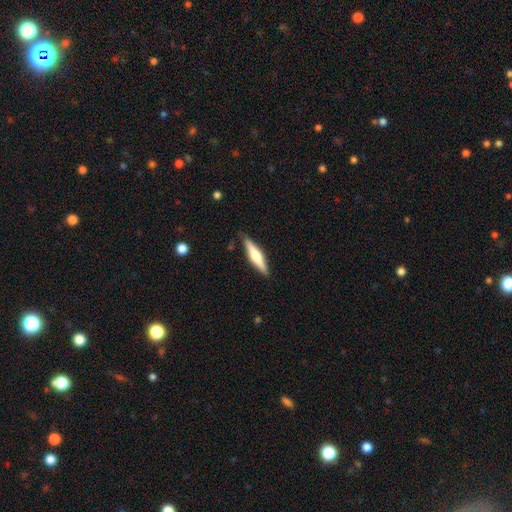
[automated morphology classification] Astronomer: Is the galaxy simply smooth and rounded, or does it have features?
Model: featured or disk — 53% (runner-up: smooth, 42%).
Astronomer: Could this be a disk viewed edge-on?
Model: yes — 96%.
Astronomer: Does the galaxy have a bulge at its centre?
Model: rounded — 85%.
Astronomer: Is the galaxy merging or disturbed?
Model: none — 86%.